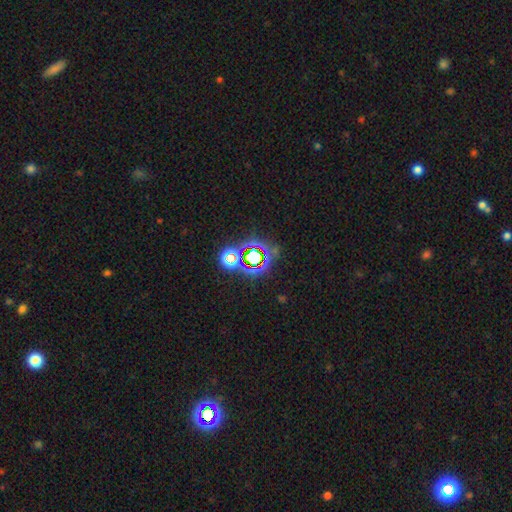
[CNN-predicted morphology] Q: Smooth or featured?
A: star or artifact (67%); runner-up: smooth (20%)